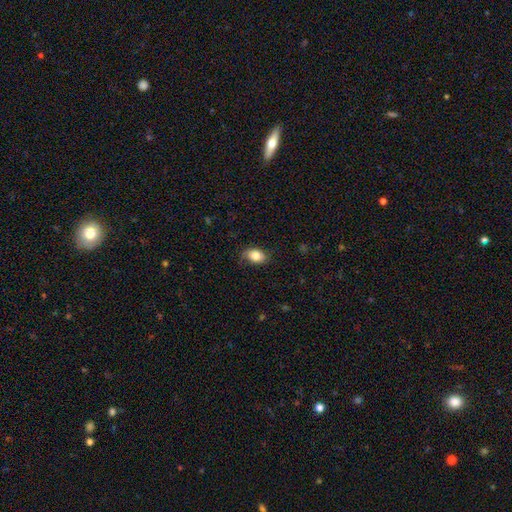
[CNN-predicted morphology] smooth 80%, featured or disk 12%, star or artifact 8%. Down the decision tree: how rounded — in between (82%); merging — none (71%).